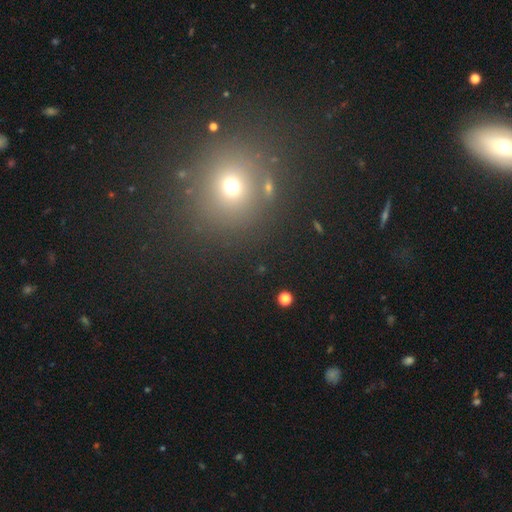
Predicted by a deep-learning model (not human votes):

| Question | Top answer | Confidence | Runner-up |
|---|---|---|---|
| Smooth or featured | smooth | 53% | star or artifact (37%) |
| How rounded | round | 84% | in between (15%) |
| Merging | none | 84% | minor disturbance (8%) |